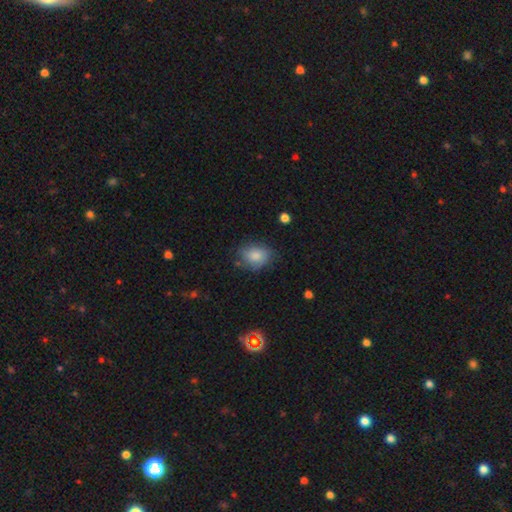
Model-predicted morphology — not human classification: A smooth galaxy with no disk features (83%) that is in between round and cigar-shaped (58%). Merging: none (69%).